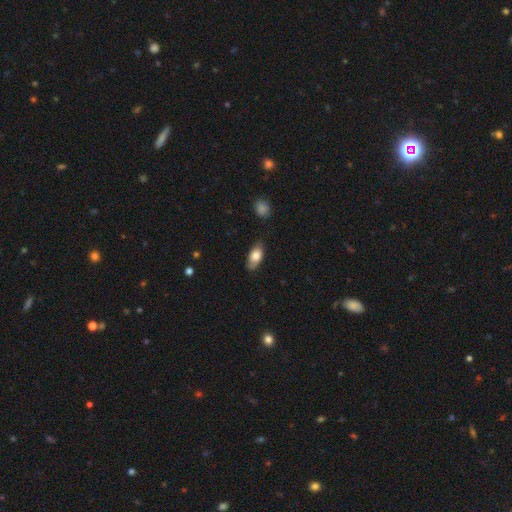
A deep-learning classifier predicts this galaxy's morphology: Smooth or featured?
  - smooth: 76% *
  - featured or disk: 17%
  - star or artifact: 7%
How rounded?
  - in between: 90% *
  - cigar-shaped: 7%
  - round: 4%
Merging?
  - none: 76% *
  - minor disturbance: 19%
  - major disturbance: 3%
  - merger: 2%